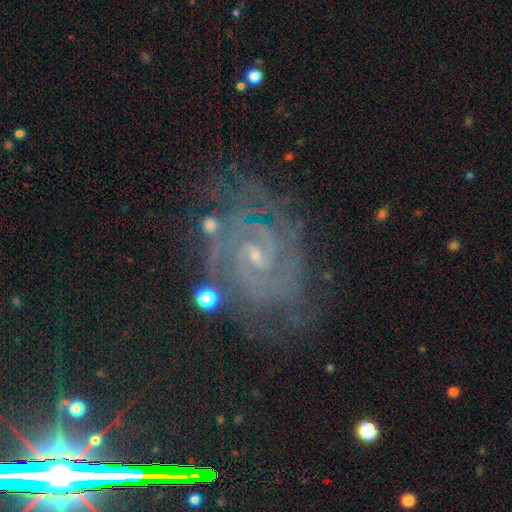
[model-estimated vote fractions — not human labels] smooth-or-featured: featured or disk: 89% | star or artifact: 7% | smooth: 4%
  disk-edge-on: no: 98% | yes: 2%
    bar: weak: 54% | no: 30% | strong: 16%
    has-spiral-arms: yes: 98% | no: 2%
      spiral-winding: tight: 70% | medium: 26% | loose: 4%
      spiral-arm-count: 2: 43% | can't tell: 19% | 3: 17% | 4: 10% | more than 4: 6% | 1: 5%
    bulge-size: small: 78% | moderate: 15% | none: 5% | large: 1% | dominant: 1%
  merging: none: 68% | minor disturbance: 19% | major disturbance: 9% | merger: 3%